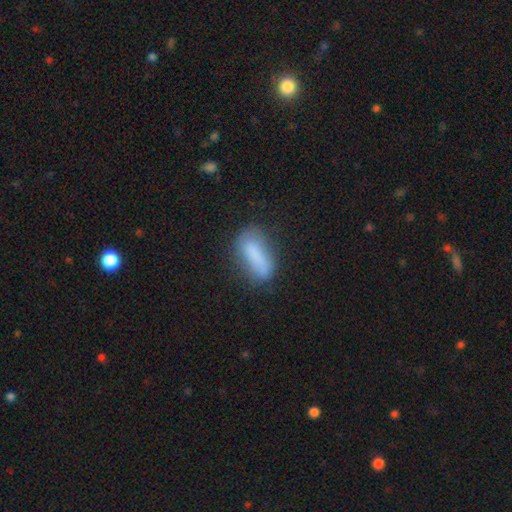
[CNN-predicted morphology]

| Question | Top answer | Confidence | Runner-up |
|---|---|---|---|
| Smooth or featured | smooth | 77% | featured or disk (15%) |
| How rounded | in between | 65% | cigar-shaped (32%) |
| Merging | none | 61% | minor disturbance (25%) |